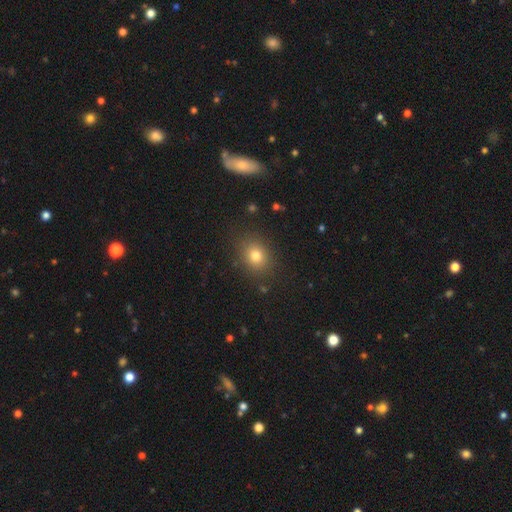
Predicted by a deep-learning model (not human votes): Morphology: type=smooth (78%); roundness=round (60%); merging=none (85%).